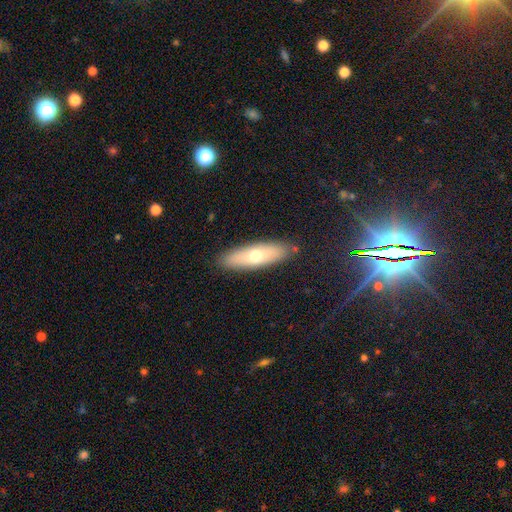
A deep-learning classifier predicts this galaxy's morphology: Smooth or featured: smooth — 60% (featured or disk — 33%)
How rounded: cigar-shaped — 51% (in between — 46%)
Merging: none — 87% (minor disturbance — 9%)